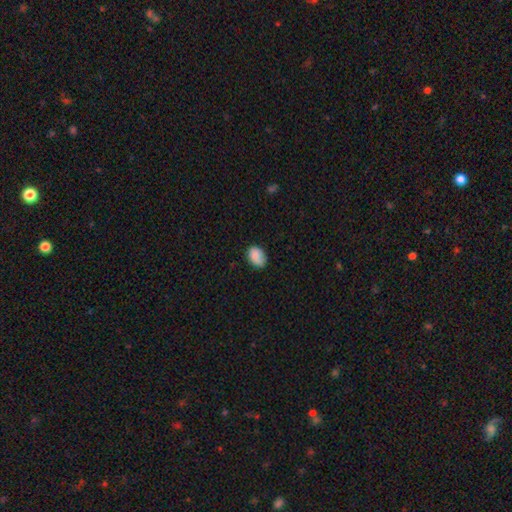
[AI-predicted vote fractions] Smooth or featured?
  - smooth: 86% *
  - star or artifact: 8%
  - featured or disk: 6%
How rounded?
  - in between: 76% *
  - round: 23%
  - cigar-shaped: 1%
Merging?
  - none: 72% *
  - minor disturbance: 22%
  - major disturbance: 4%
  - merger: 1%